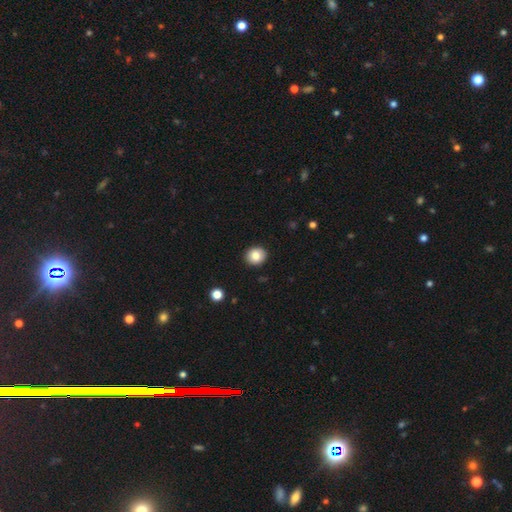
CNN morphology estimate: A smooth galaxy with no disk features (84%) that is round (79%). Merging: none (91%).